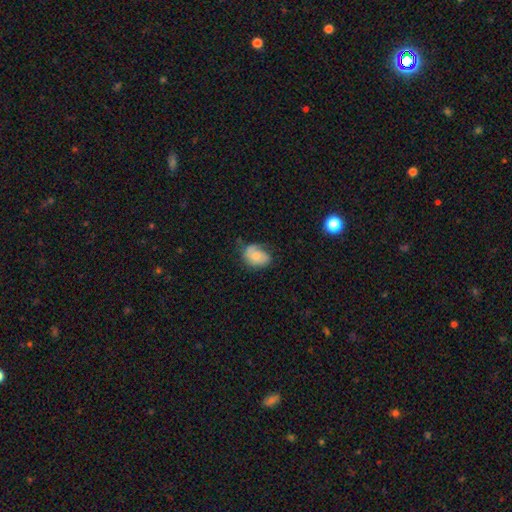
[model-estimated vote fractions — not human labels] smooth-or-featured: smooth: 60% | featured or disk: 33% | star or artifact: 8%
  how-rounded: in between: 77% | round: 22% | cigar-shaped: 1%
  merging: none: 48% | minor disturbance: 34% | major disturbance: 16% | merger: 2%